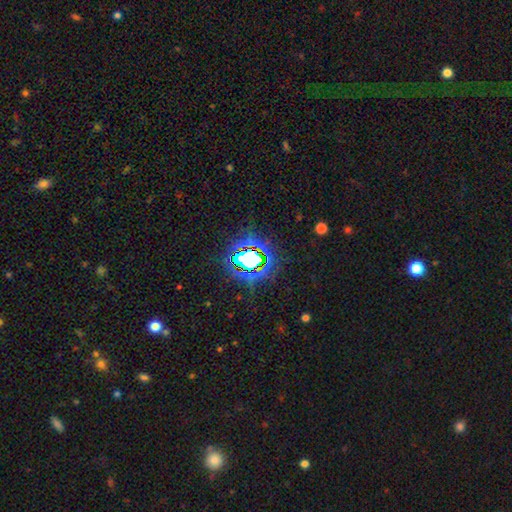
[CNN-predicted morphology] The model was most divided on "smooth or featured": star or artifact: 75%, smooth: 15%, featured or disk: 11%.